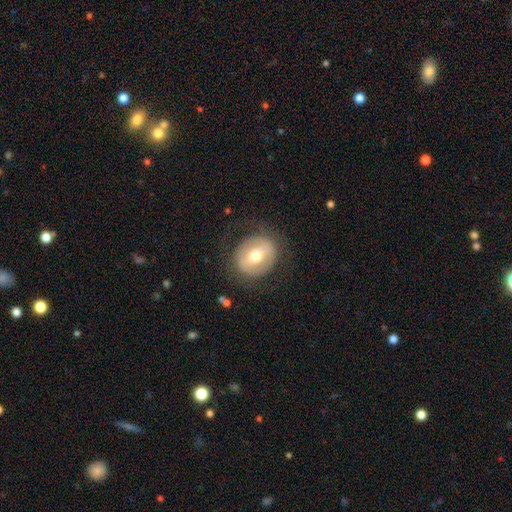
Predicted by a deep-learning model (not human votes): smooth_or_featured: featured or disk (p=0.51) [alt: smooth p=0.42]
disk_edge_on: no (p=0.92) [alt: yes p=0.08]
merging: none (p=0.78) [alt: minor disturbance p=0.13]